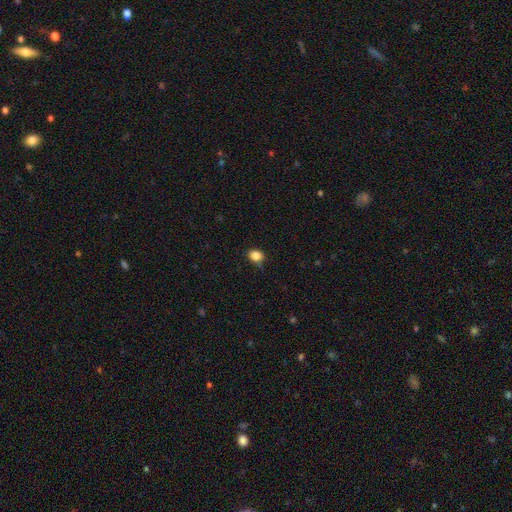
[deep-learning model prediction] smooth 85%, star or artifact 11%, featured or disk 4%. Down the decision tree: how rounded — round (64%); merging — none (79%).